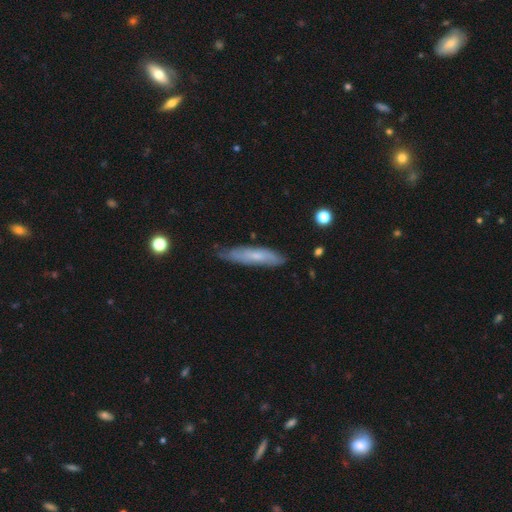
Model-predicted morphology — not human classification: smooth-or-featured: smooth: 52% | featured or disk: 41% | star or artifact: 7%
  how-rounded: cigar-shaped: 78% | in between: 20% | round: 2%
  merging: none: 68% | minor disturbance: 26% | major disturbance: 5% | merger: 2%